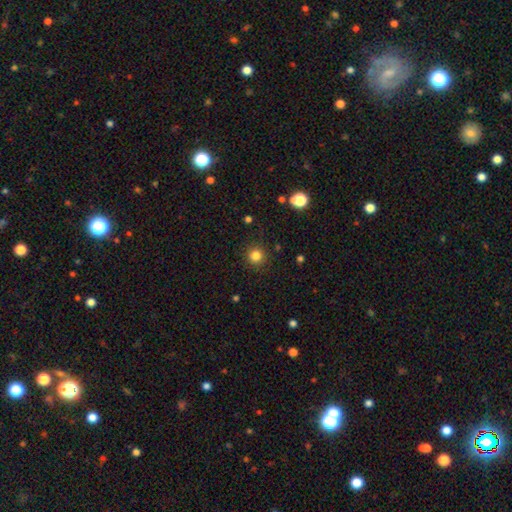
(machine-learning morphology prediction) smooth_or_featured: smooth (p=0.82) [alt: star or artifact p=0.13]
how_rounded: round (p=0.94) [alt: in between p=0.05]
merging: none (p=0.90) [alt: minor disturbance p=0.06]